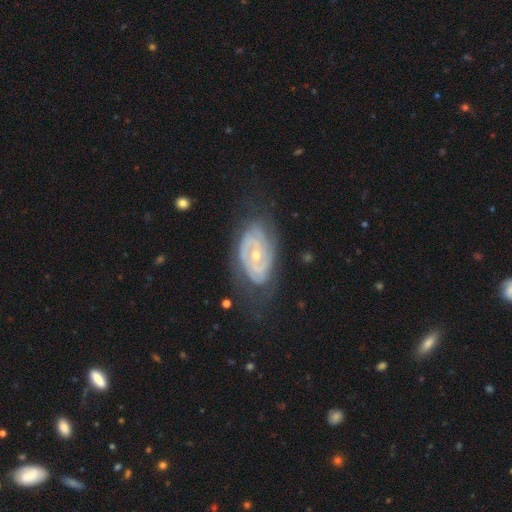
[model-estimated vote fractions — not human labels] This is clearly a featured or disk galaxy (84%). It is clearly not viewed edge-on (95%). Bar: likely no (66%). Spiral arm pattern: clearly yes (87%). Spiral arm count: possibly 2 (53%). Spiral winding: likely tight (66%). Central bulge: possibly small (50%). Merging: likely none (67%).